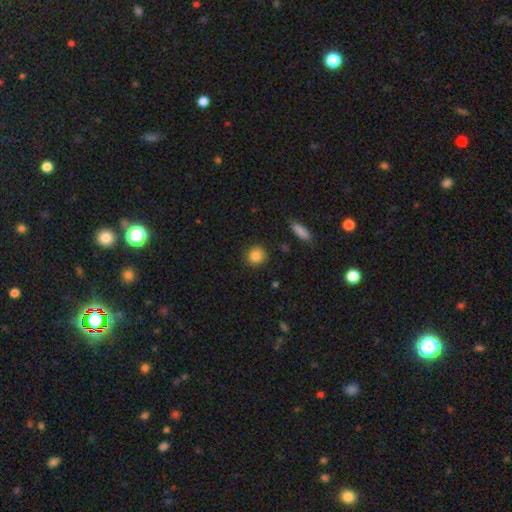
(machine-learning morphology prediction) Smooth or featured? smooth (86%)
How rounded? round (86%)
Merging? none (86%)